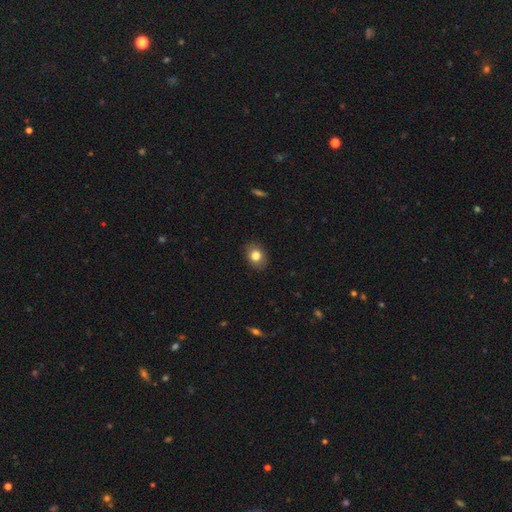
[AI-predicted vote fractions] Smooth or featured?
  - smooth: 81% *
  - star or artifact: 10%
  - featured or disk: 9%
How rounded?
  - in between: 54% *
  - round: 45%
  - cigar-shaped: 1%
Merging?
  - none: 87% *
  - minor disturbance: 9%
  - major disturbance: 2%
  - merger: 1%